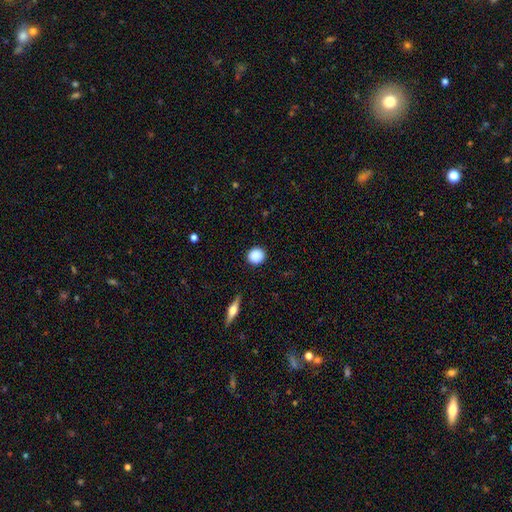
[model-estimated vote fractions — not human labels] A smooth galaxy with no disk features (88%) that is round (91%). Merging: none (92%).